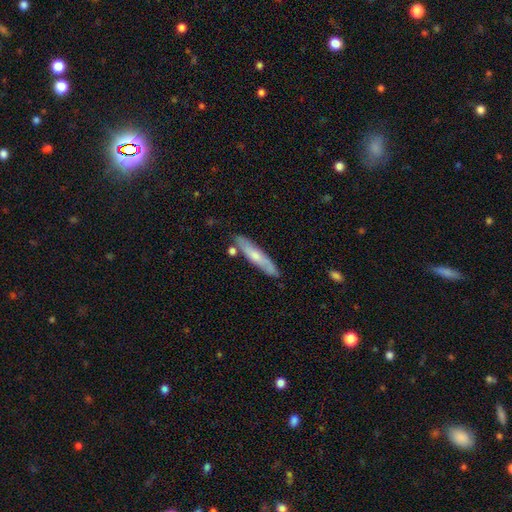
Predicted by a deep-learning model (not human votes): A smooth galaxy with no disk features (54%) that is cigar-shaped (86%).

Vote fractions:
- Smooth or featured? smooth: 54% / featured or disk: 40% / star or artifact: 6%
- How rounded? cigar-shaped: 86% / in between: 12% / round: 2%
- Merging? none: 79% / minor disturbance: 13% / merger: 5% / major disturbance: 2%